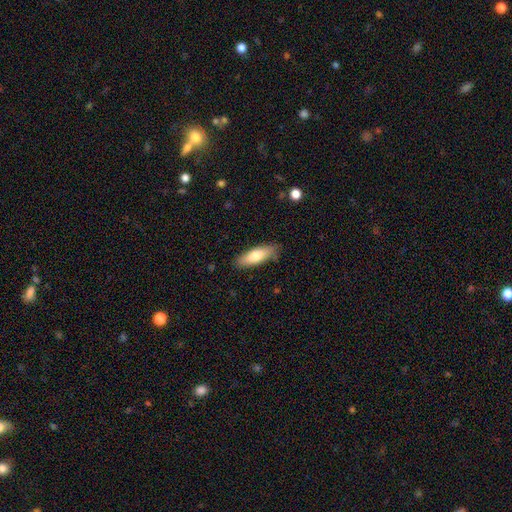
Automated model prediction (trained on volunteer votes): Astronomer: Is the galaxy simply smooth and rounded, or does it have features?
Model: smooth — 74%.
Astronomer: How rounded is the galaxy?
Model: in between — 53% (runner-up: cigar-shaped, 45%).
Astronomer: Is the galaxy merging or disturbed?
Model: none — 84%.